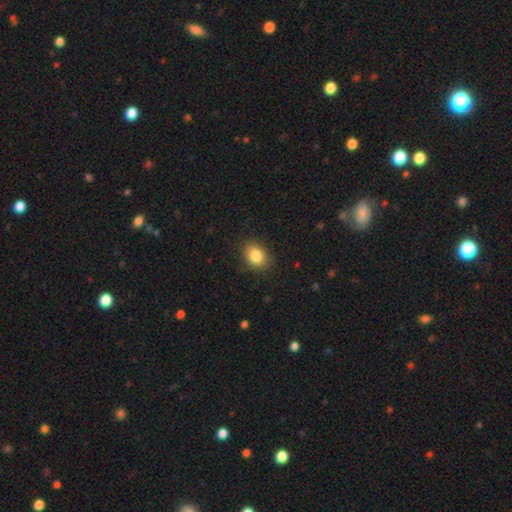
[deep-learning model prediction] This is clearly a smooth galaxy (85%). How rounded: likely in between (60%). Merging: clearly none (86%).